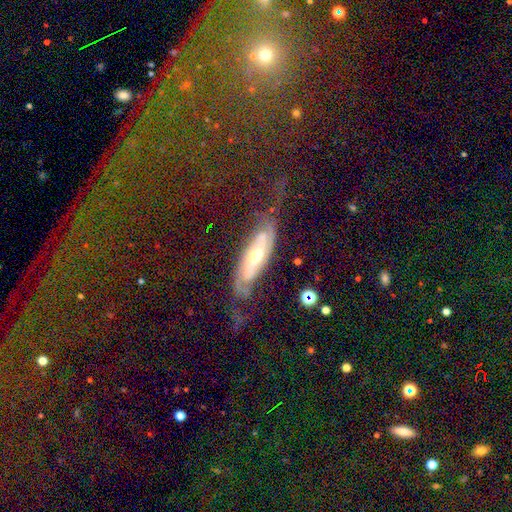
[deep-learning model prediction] Smooth or featured?
  - featured or disk: 76% *
  - smooth: 14%
  - star or artifact: 10%
Edge-on disk?
  - no: 79% *
  - yes: 21%
Bar?
  - no: 42% *
  - weak: 36%
  - strong: 22%
Spiral arms?
  - yes: 89% *
  - no: 11%
Spiral winding?
  - tight: 40% *
  - medium: 38%
  - loose: 22%
Spiral arm count?
  - 2: 75% *
  - can't tell: 16%
  - 1: 3%
  - 3: 3%
  - 4: 2%
  - more than 4: 2%
Bulge size?
  - moderate: 66% *
  - small: 24%
  - large: 7%
  - dominant: 1%
  - none: 1%
Merging?
  - none: 60% *
  - minor disturbance: 22%
  - major disturbance: 16%
  - merger: 2%